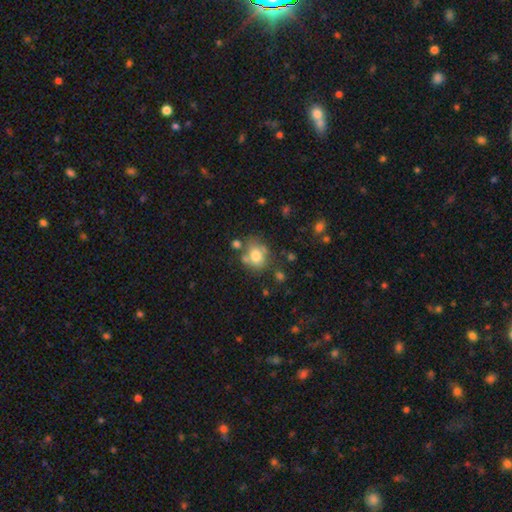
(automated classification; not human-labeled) smooth 69%, featured or disk 21%, star or artifact 10%. Down the decision tree: how rounded — round (57%); merging — none (50%).